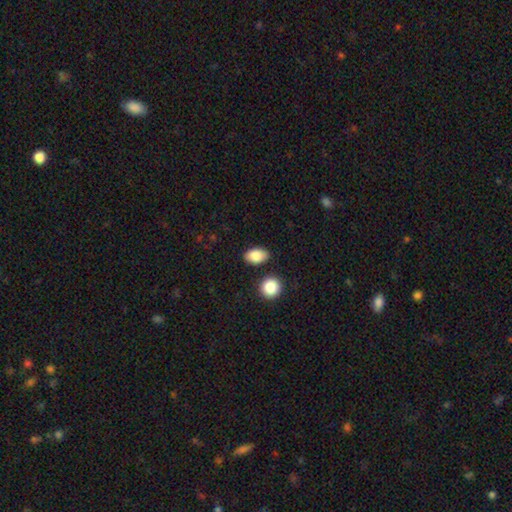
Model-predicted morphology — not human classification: smooth-or-featured: smooth: 86% | star or artifact: 8% | featured or disk: 6%
  how-rounded: in between: 86% | round: 12% | cigar-shaped: 2%
  merging: none: 81% | minor disturbance: 11% | merger: 6% | major disturbance: 3%